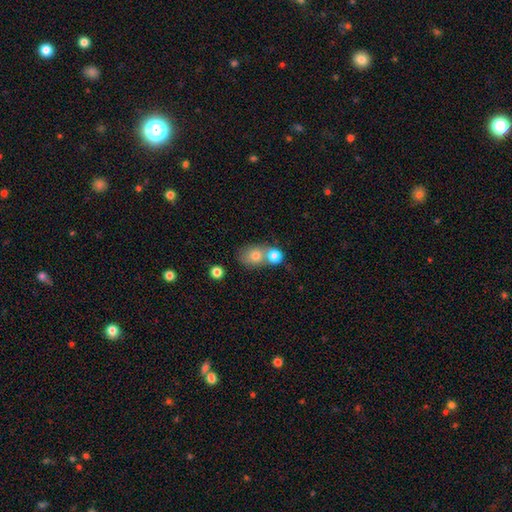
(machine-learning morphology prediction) smooth_or_featured: smooth (p=0.76) [alt: featured or disk p=0.13]
how_rounded: round (p=0.55) [alt: in between p=0.43]
merging: merger (p=0.51) [alt: none p=0.37]